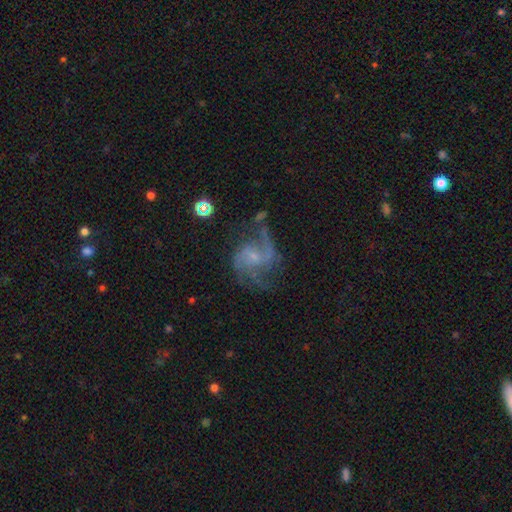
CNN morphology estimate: The model was most divided on "spiral winding": medium: 46%, loose: 41%, tight: 13%. More confident: edge-on disk — no (98%); spiral arms — yes (95%); smooth or featured — featured or disk (84%); bulge size — small (68%); merging — none (56%); spiral arm count — 2 (52%); bar — no (52%).